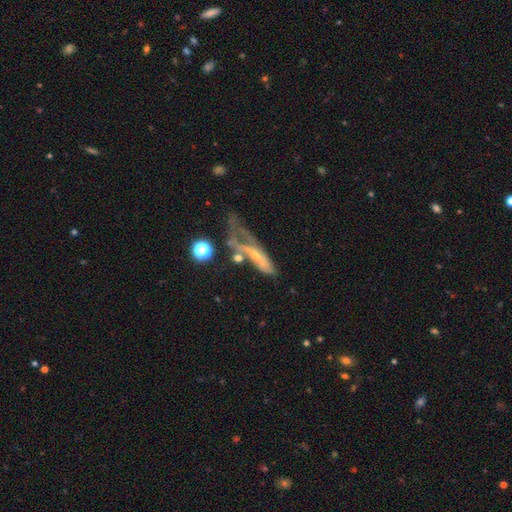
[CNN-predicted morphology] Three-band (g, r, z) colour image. It shows a featured or disk galaxy (57%). Merging: major disturbance (41%).